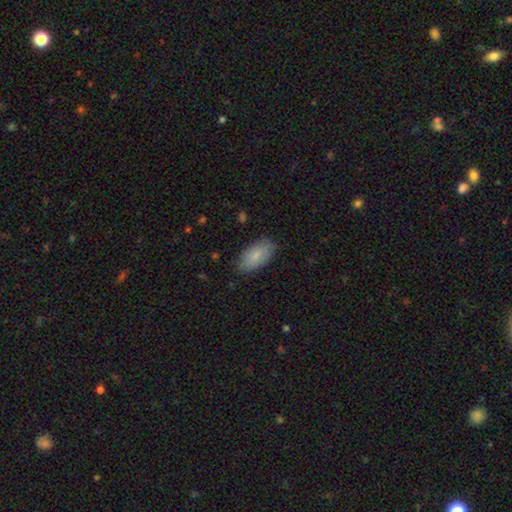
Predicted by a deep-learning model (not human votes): This appears to be a smooth galaxy with no disk features (83%) that is in between round and cigar-shaped (94%). Merging: none (86%).